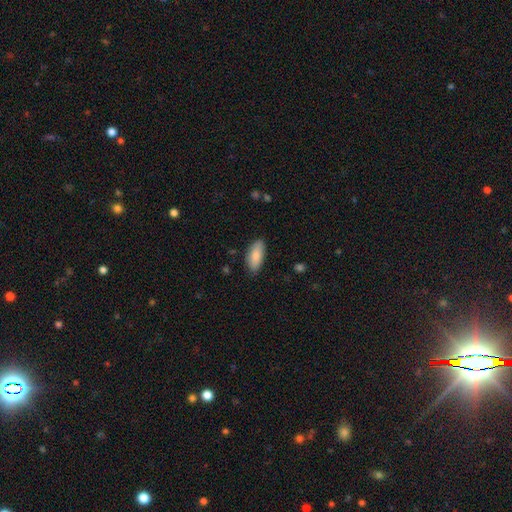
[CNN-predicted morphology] Smooth or featured? Predicted: smooth (p=0.85). How rounded? Predicted: in between (p=0.85). Merging? Predicted: none (p=0.84).